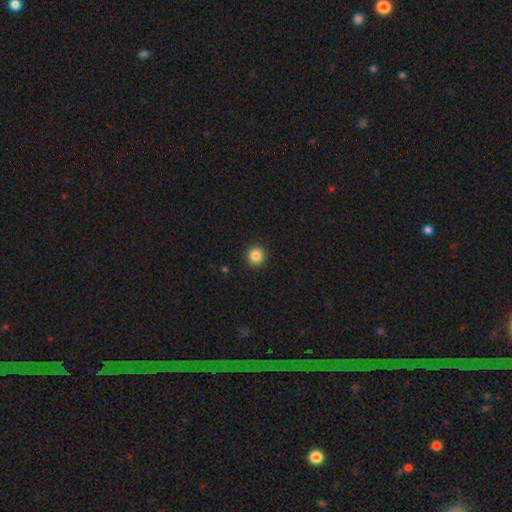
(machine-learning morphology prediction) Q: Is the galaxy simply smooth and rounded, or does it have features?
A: smooth — 86%.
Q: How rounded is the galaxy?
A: round — 93%.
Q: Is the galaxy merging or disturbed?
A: none — 92%.